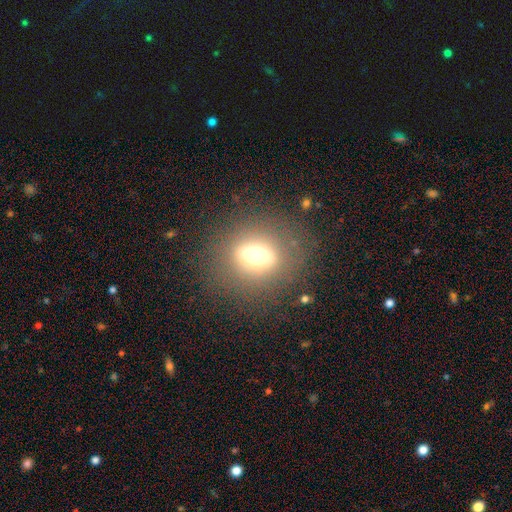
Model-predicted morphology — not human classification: This is possibly a smooth galaxy (55%). How rounded: likely round (64%). Merging: likely none (80%).